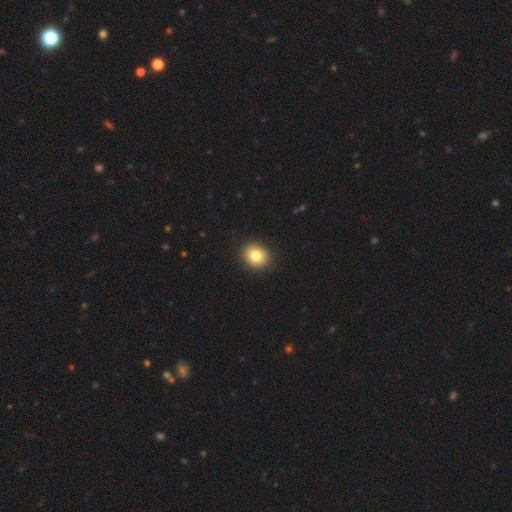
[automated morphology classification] A smooth galaxy with no disk features (82%) that is round (67%).

Vote fractions:
- Smooth or featured? smooth: 82% / star or artifact: 9% / featured or disk: 8%
- How rounded? round: 67% / in between: 32% / cigar-shaped: 1%
- Merging? none: 91% / minor disturbance: 6% / major disturbance: 2% / merger: 1%